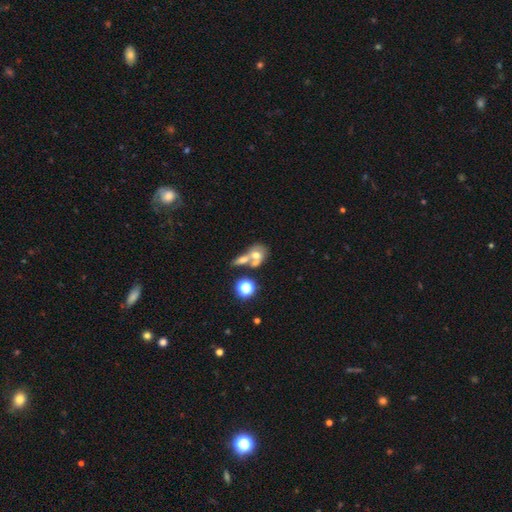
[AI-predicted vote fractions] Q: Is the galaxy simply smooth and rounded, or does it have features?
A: smooth — 57%.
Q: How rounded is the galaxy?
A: round — 54%.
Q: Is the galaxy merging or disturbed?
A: merger — 62%.